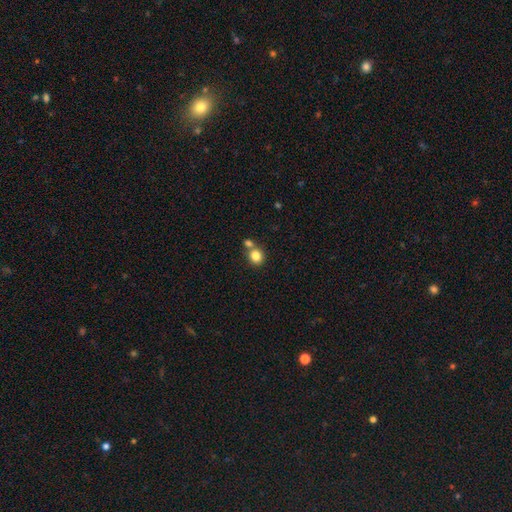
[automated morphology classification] Smooth or featured?
  - smooth: 83% *
  - star or artifact: 10%
  - featured or disk: 7%
How rounded?
  - round: 82% *
  - in between: 17%
  - cigar-shaped: 1%
Merging?
  - none: 56% *
  - merger: 33%
  - minor disturbance: 8%
  - major disturbance: 3%